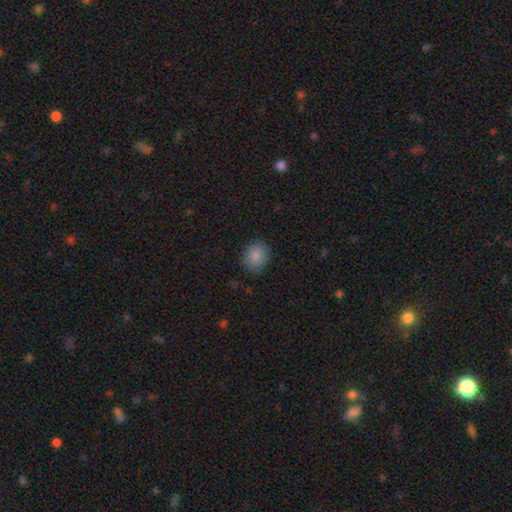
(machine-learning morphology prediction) smooth_or_featured: smooth (p=0.87) [alt: star or artifact p=0.08]
how_rounded: round (p=0.64) [alt: in between p=0.35]
merging: none (p=0.86) [alt: minor disturbance p=0.11]